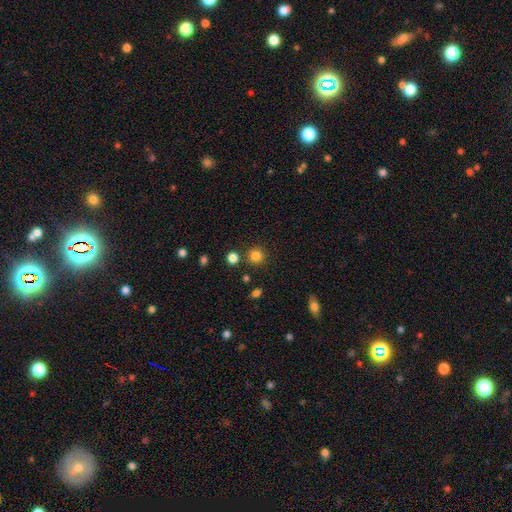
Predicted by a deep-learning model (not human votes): This appears to be a smooth galaxy with no disk features (83%) that is round (93%). Merging: none (84%).